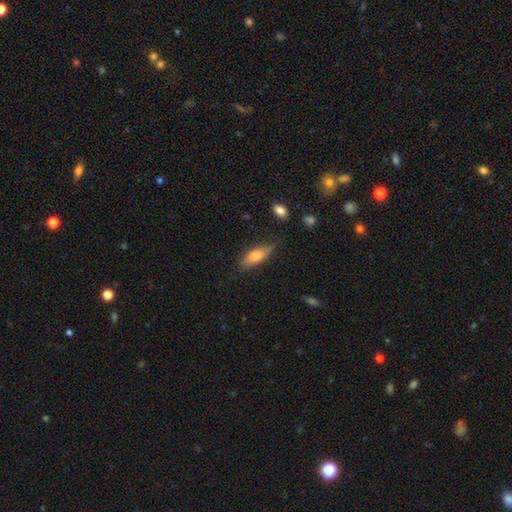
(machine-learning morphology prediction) A smooth galaxy with no disk features (71%) that is in between round and cigar-shaped (68%).

Vote fractions:
- Smooth or featured? smooth: 71% / featured or disk: 22% / star or artifact: 7%
- How rounded? in between: 68% / cigar-shaped: 29% / round: 3%
- Merging? none: 71% / minor disturbance: 22% / major disturbance: 4% / merger: 2%